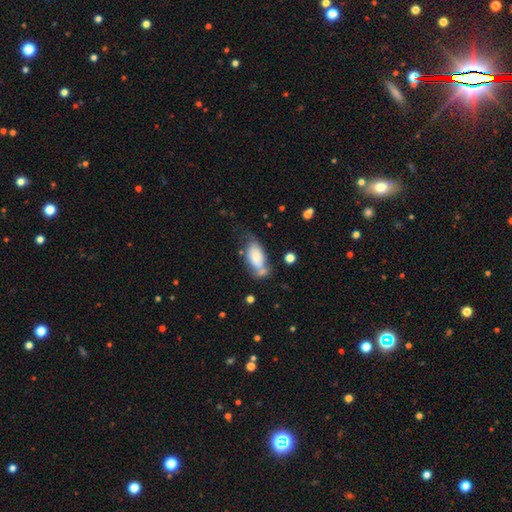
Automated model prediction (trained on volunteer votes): smooth 75%, featured or disk 18%, star or artifact 7%. Down the decision tree: how rounded — in between (90%); merging — none (39%).